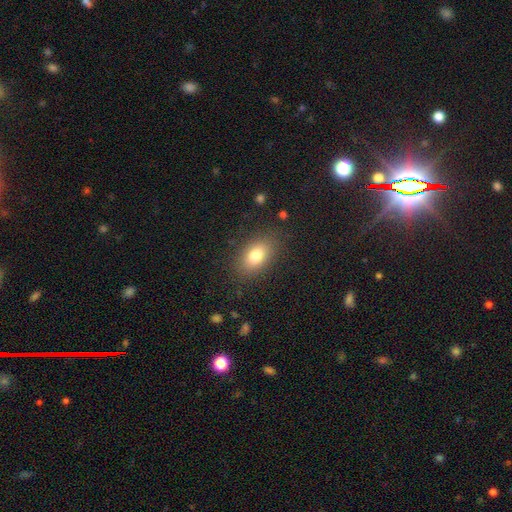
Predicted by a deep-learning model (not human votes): Smooth or featured? Predicted: smooth (p=0.78). How rounded? Predicted: in between (p=0.85). Merging? Predicted: none (p=0.84).